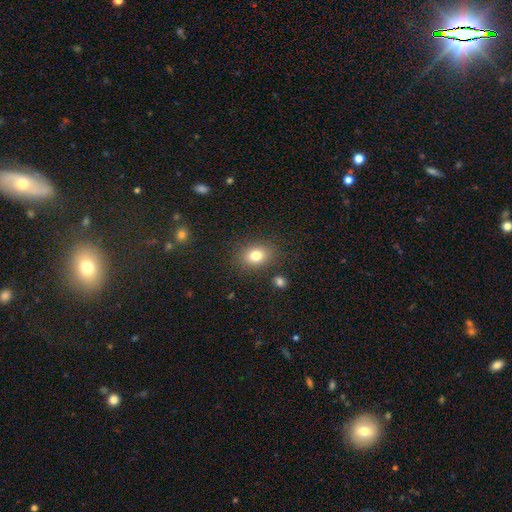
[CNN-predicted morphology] smooth_or_featured: smooth (p=0.80) [alt: star or artifact p=0.11]
how_rounded: in between (p=0.60) [alt: round p=0.39]
merging: none (p=0.83) [alt: minor disturbance p=0.11]